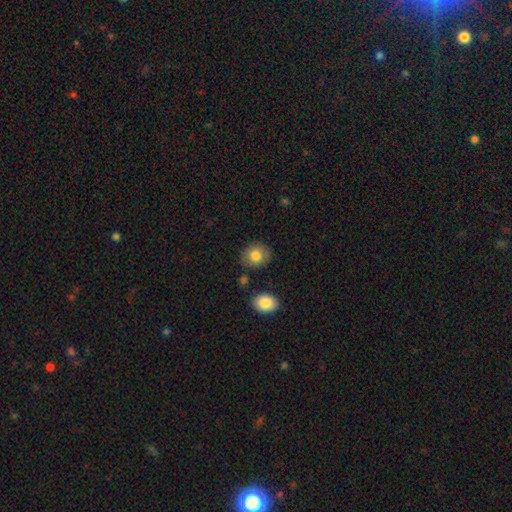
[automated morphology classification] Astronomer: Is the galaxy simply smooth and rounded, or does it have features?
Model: smooth — 81%.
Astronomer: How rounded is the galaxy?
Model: round — 69%.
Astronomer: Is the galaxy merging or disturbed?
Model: none — 82%.